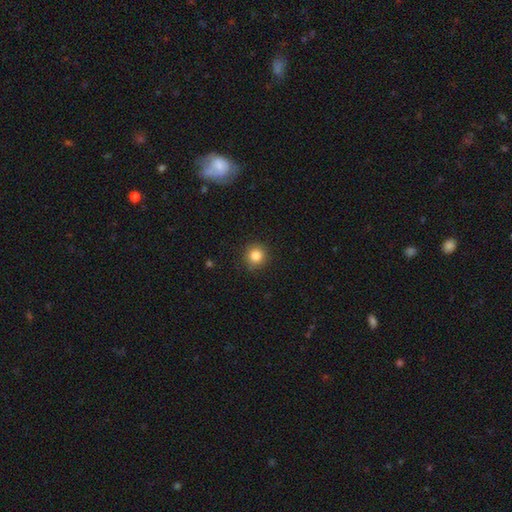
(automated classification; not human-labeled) This is clearly a smooth galaxy (84%). How rounded: clearly round (90%). Merging: clearly none (88%).